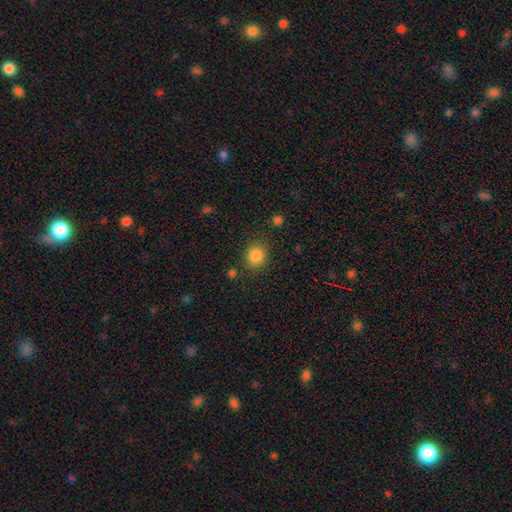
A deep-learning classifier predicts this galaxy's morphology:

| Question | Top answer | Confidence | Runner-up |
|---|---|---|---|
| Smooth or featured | smooth | 85% | star or artifact (10%) |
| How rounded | round | 74% | in between (25%) |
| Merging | none | 84% | minor disturbance (10%) |